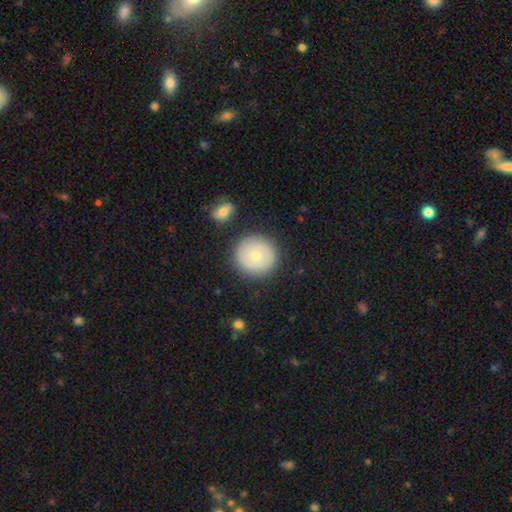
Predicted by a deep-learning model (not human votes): This appears to be a smooth galaxy with no disk features (63%) that is round (92%). Merging: none (86%).